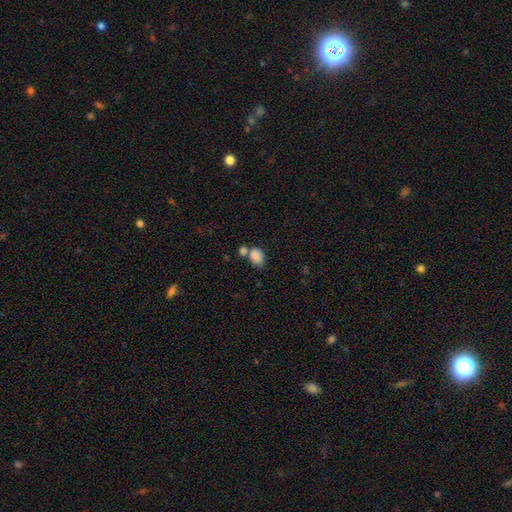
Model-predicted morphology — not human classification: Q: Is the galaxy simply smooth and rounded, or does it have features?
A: smooth — 84%.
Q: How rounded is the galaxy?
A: in between — 71%.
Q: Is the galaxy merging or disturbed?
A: none — 42%.